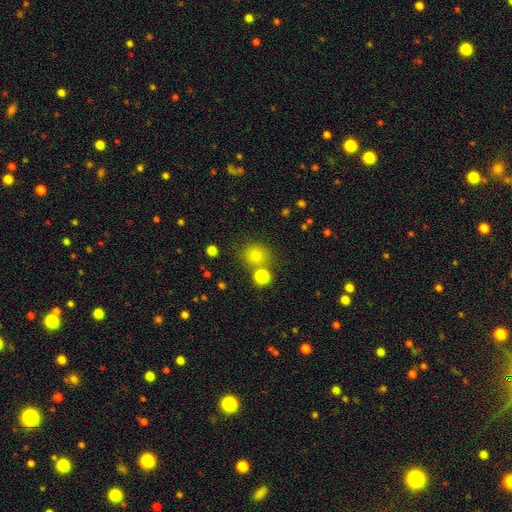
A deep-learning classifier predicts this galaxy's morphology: A smooth galaxy with no disk features (77%) that is round (81%). Merging: none (72%).